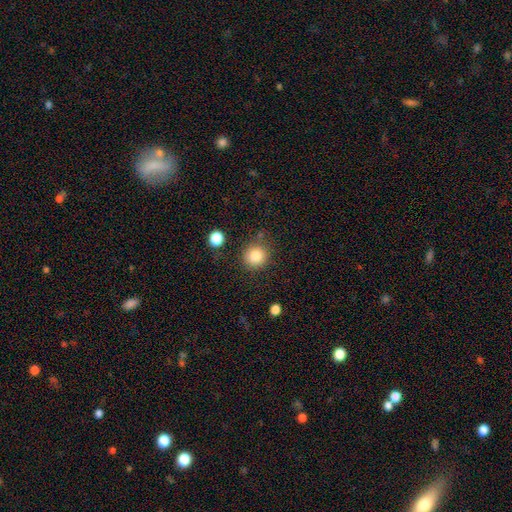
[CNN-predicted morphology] Smooth or featured: smooth — 83% (star or artifact — 10%)
How rounded: round — 91% (in between — 8%)
Merging: none — 80% (minor disturbance — 12%)